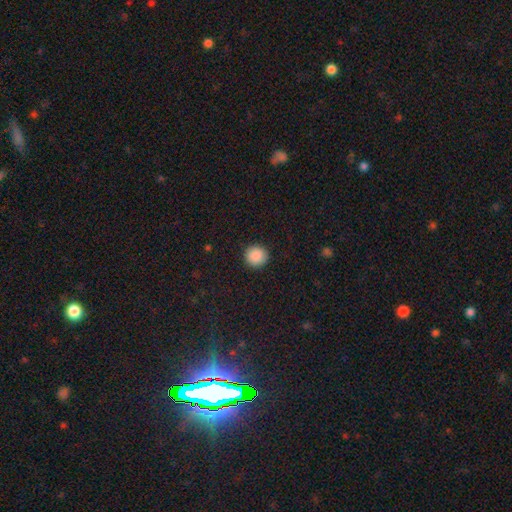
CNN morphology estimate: Smooth or featured? smooth (89%)
How rounded? round (95%)
Merging? none (92%)